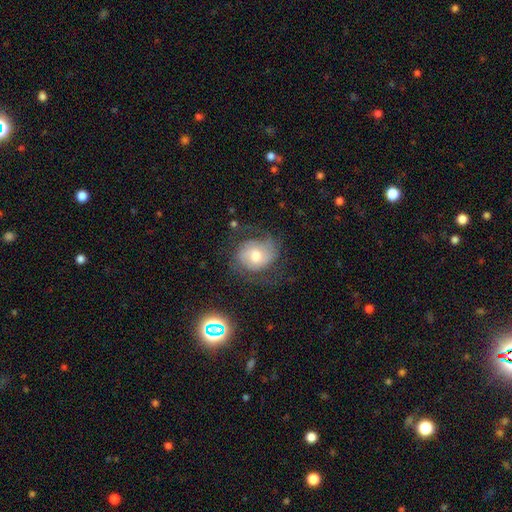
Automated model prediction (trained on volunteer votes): smooth_or_featured: featured or disk (p=0.61) [alt: smooth p=0.29]
disk_edge_on: no (p=0.97) [alt: yes p=0.03]
bar: no (p=0.62) [alt: weak p=0.32]
has_spiral_arms: yes (p=0.86) [alt: no p=0.14]
spiral_winding: medium (p=0.42) [alt: tight p=0.37]
spiral_arm_count: 2 (p=0.50) [alt: can't tell p=0.26]
bulge_size: moderate (p=0.68) [alt: small p=0.17]
merging: none (p=0.55) [alt: minor disturbance p=0.22]